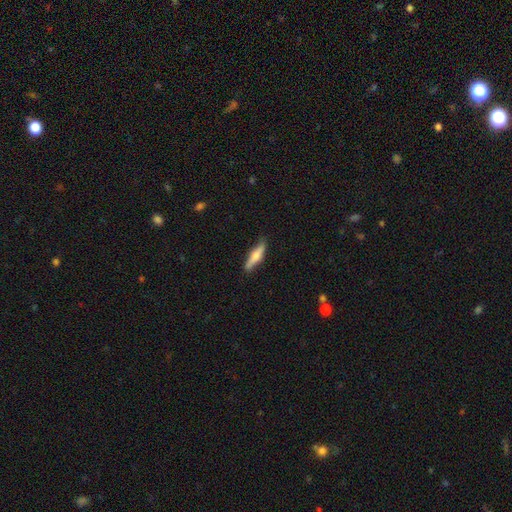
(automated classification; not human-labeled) Smooth or featured?
  - smooth: 60% *
  - featured or disk: 34%
  - star or artifact: 6%
How rounded?
  - cigar-shaped: 78% *
  - in between: 20%
  - round: 2%
Merging?
  - none: 81% *
  - minor disturbance: 15%
  - major disturbance: 3%
  - merger: 2%